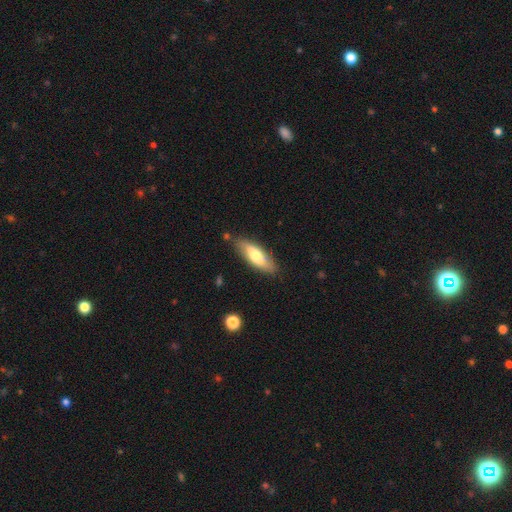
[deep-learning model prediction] smooth 68%, featured or disk 26%, star or artifact 6%. Down the decision tree: how rounded — in between (62%); merging — none (80%).